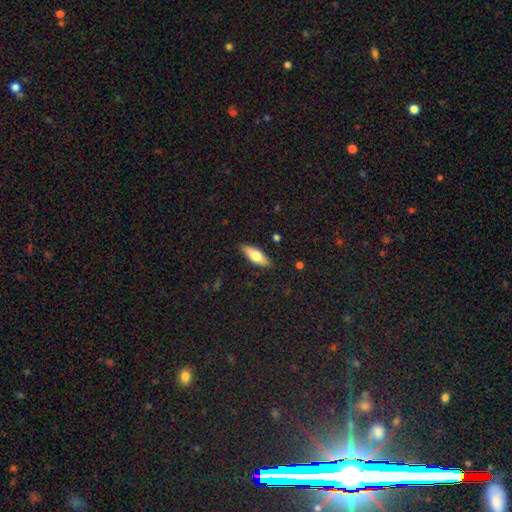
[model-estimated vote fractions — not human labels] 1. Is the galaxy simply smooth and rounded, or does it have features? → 63% smooth, 31% featured or disk, 6% star or artifact.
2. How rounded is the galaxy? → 67% in between, 30% cigar-shaped, 2% round.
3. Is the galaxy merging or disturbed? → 87% none, 10% minor disturbance, 2% major disturbance, 1% merger.